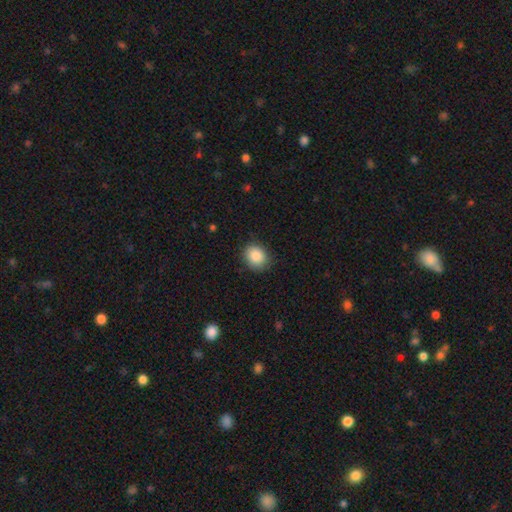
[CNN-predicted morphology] This is clearly a smooth galaxy (88%). How rounded: likely round (64%). Merging: clearly none (84%).